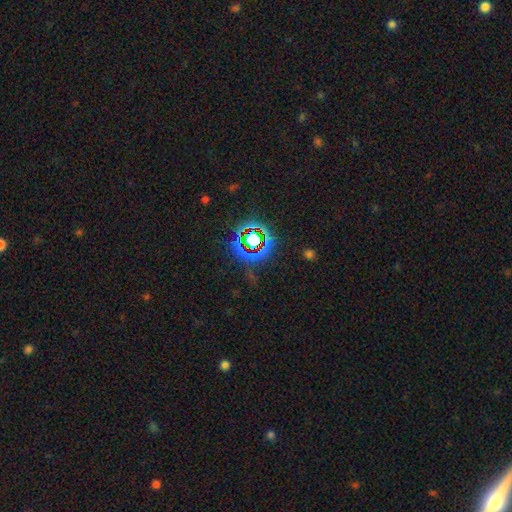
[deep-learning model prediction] A star or artifact, not a galaxy (66%).

Vote fractions:
- Smooth or featured? star or artifact: 66% / smooth: 20% / featured or disk: 14%